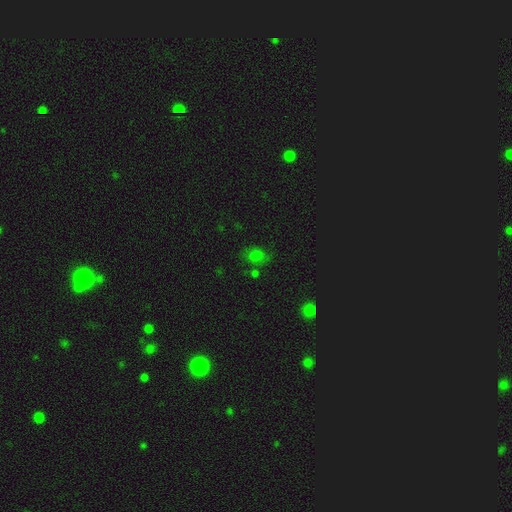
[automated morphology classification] A smooth galaxy with no disk features (64%) that is round (51%). Merging: none (66%).